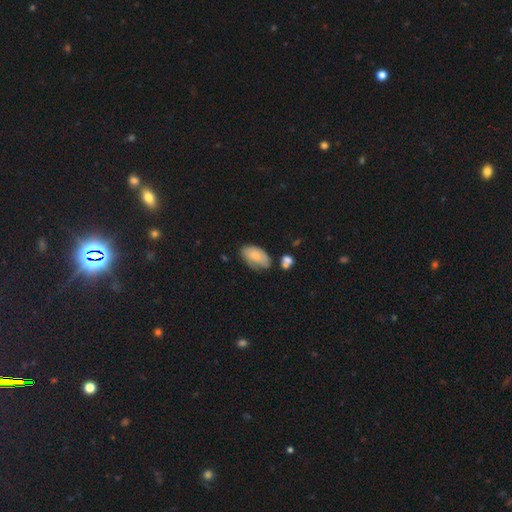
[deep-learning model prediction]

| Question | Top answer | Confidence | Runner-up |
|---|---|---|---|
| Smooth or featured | smooth | 78% | featured or disk (16%) |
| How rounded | in between | 94% | round (4%) |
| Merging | none | 59% | minor disturbance (27%) |